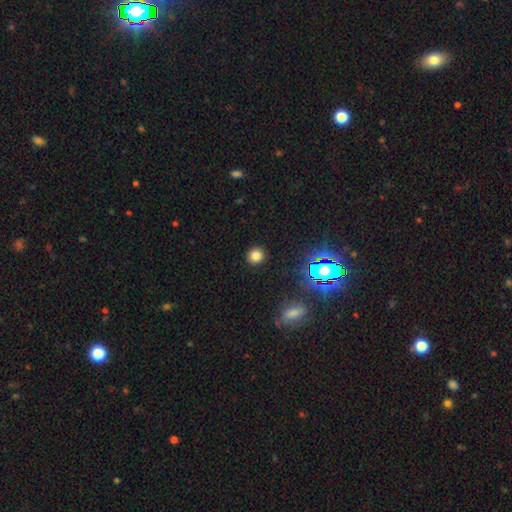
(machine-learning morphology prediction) A smooth galaxy with no disk features (77%) that is round (88%).

Vote fractions:
- Smooth or featured? smooth: 77% / star or artifact: 18% / featured or disk: 5%
- How rounded? round: 88% / in between: 10% / cigar-shaped: 1%
- Merging? none: 90% / minor disturbance: 6% / major disturbance: 2% / merger: 1%